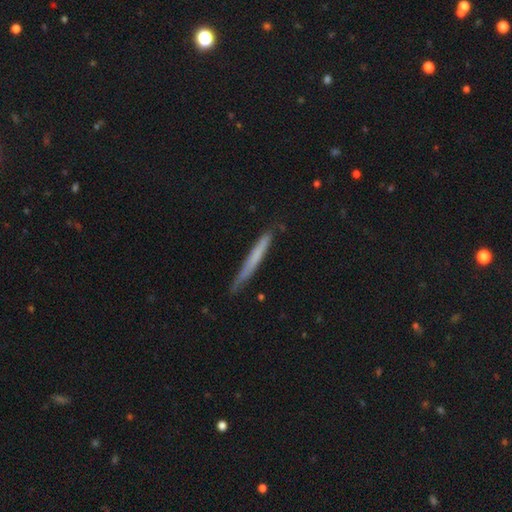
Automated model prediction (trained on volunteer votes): Smooth or featured? smooth (58%)
How rounded? cigar-shaped (97%)
Merging? none (77%)